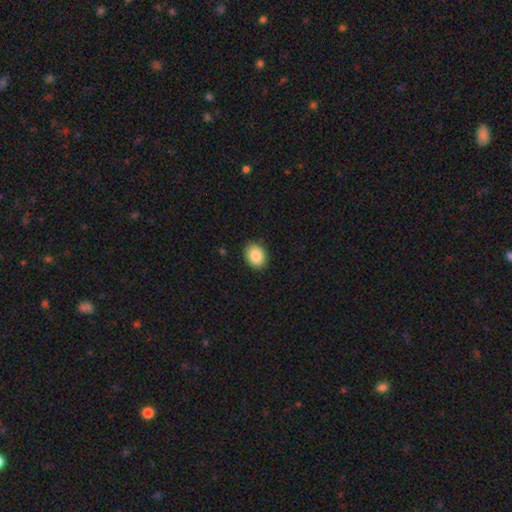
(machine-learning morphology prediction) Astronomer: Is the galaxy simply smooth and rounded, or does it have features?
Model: smooth — 87%.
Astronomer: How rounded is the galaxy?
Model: in between — 56% (runner-up: round, 43%).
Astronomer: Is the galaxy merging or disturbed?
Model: none — 91%.